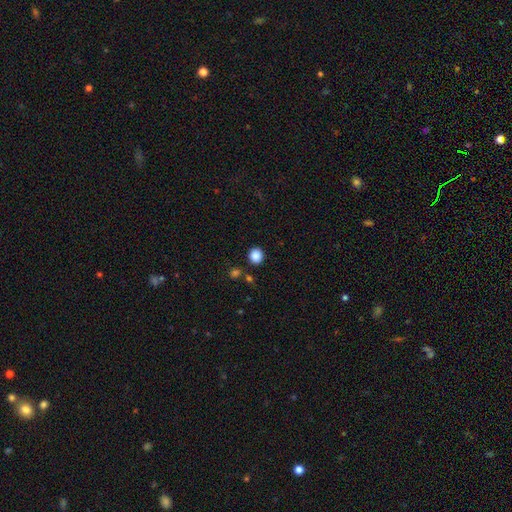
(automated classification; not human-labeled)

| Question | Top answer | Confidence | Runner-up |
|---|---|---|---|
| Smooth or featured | smooth | 87% | star or artifact (10%) |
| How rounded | round | 81% | in between (19%) |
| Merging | none | 86% | minor disturbance (7%) |